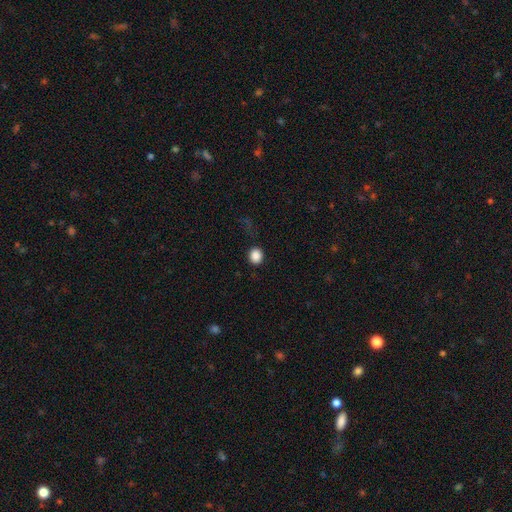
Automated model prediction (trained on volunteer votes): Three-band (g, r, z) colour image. It shows a smooth galaxy with no disk features (87%) that is round (74%). Merging: none (87%).